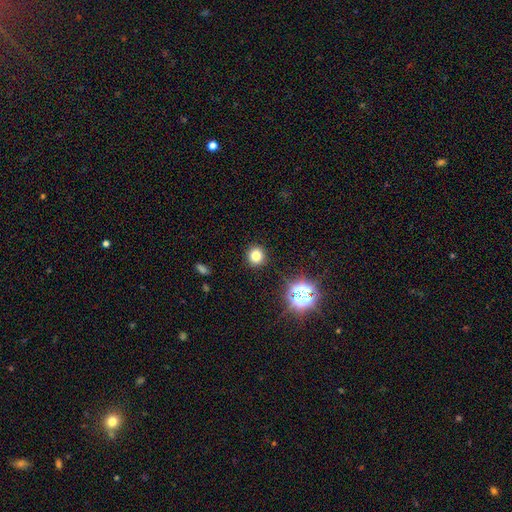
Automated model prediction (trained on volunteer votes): Q: Smooth or featured?
A: smooth (76%); runner-up: star or artifact (18%)
Q: How rounded?
A: round (90%); runner-up: in between (9%)
Q: Merging?
A: none (91%); runner-up: minor disturbance (6%)